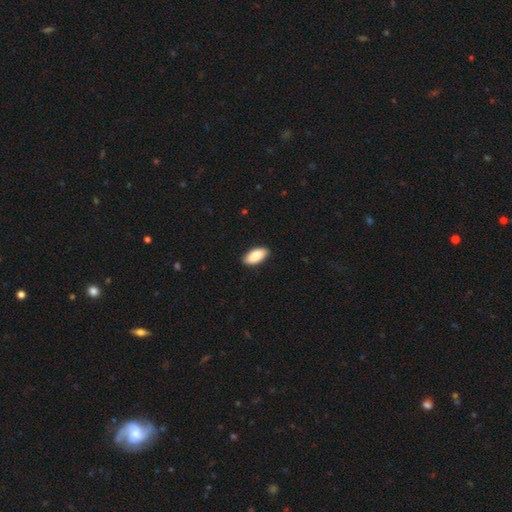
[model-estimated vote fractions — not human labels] smooth 90%, star or artifact 5%, featured or disk 4%. Down the decision tree: how rounded — in between (94%); merging — none (88%).